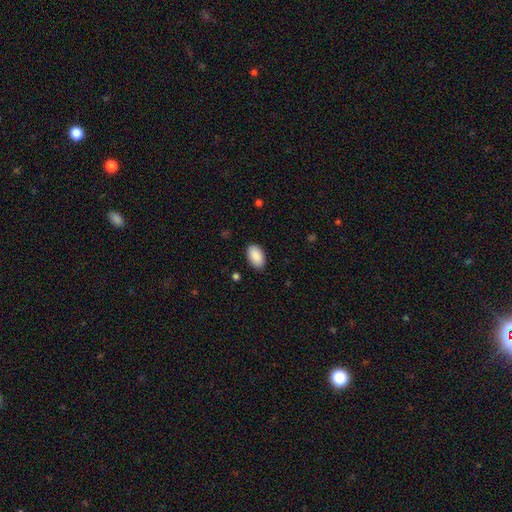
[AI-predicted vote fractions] Overall: smooth (90%). How rounded: in between (95%). Merging: none (86%).